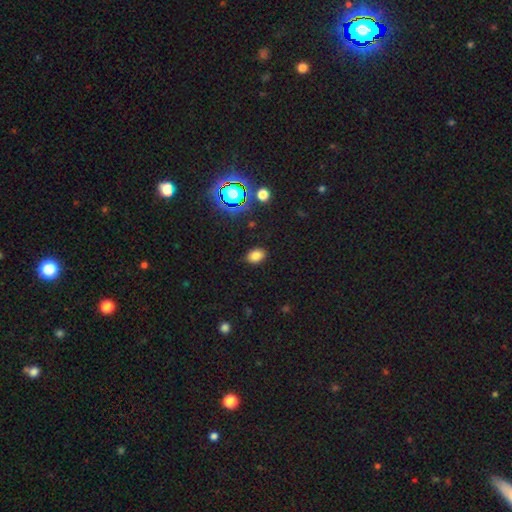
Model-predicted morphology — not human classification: This is likely a smooth galaxy (78%). How rounded: likely in between (76%). Merging: clearly none (87%).